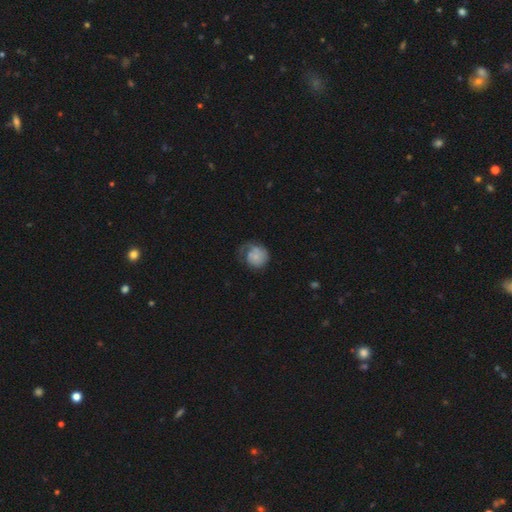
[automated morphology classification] type=smooth (54%); roundness=round (76%); merging=none (38%).